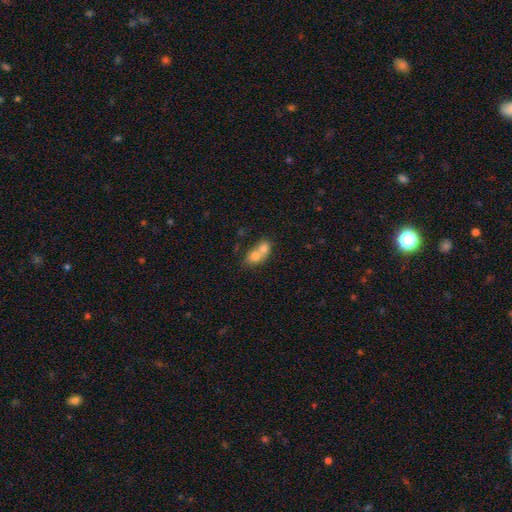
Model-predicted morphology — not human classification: Overall: smooth (71%). How rounded: round (50%; in between 48%). Merging: merger (75%).